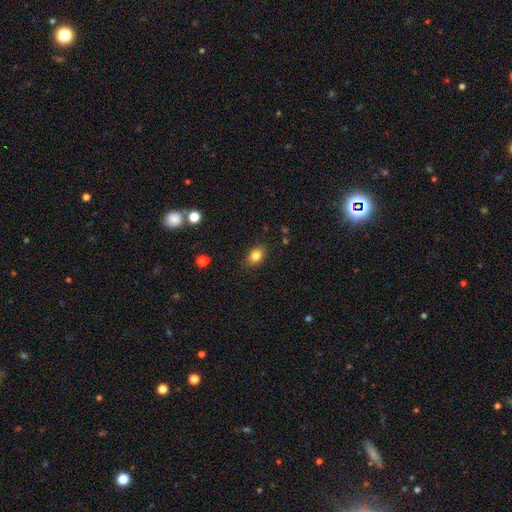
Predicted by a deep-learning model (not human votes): Morphology: type=smooth (82%); roundness=in between (69%); merging=none (85%).